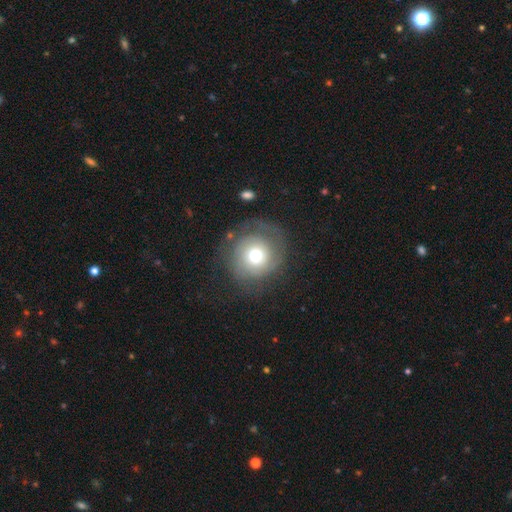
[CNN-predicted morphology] Smooth or featured? Predicted: smooth (p=0.47). Merging? Predicted: none (p=0.65).